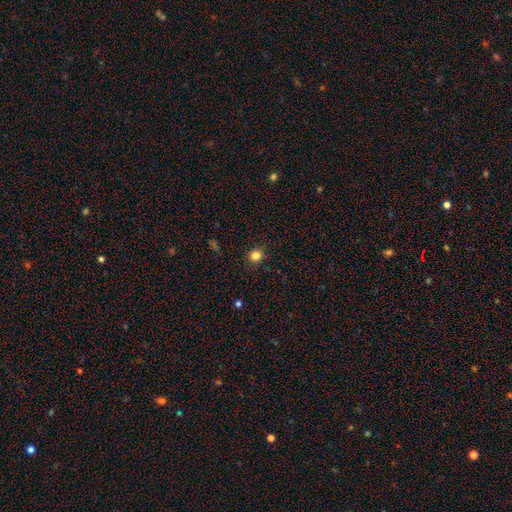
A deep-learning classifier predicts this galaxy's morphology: smooth_or_featured: smooth (p=0.82) [alt: star or artifact p=0.13]
how_rounded: round (p=0.89) [alt: in between p=0.10]
merging: none (p=0.90) [alt: minor disturbance p=0.07]